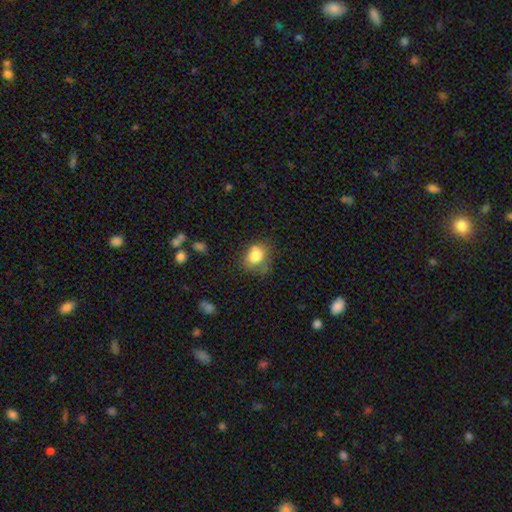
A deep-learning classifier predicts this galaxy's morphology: Smooth or featured? smooth (79%)
How rounded? round (54%)
Merging? none (58%)